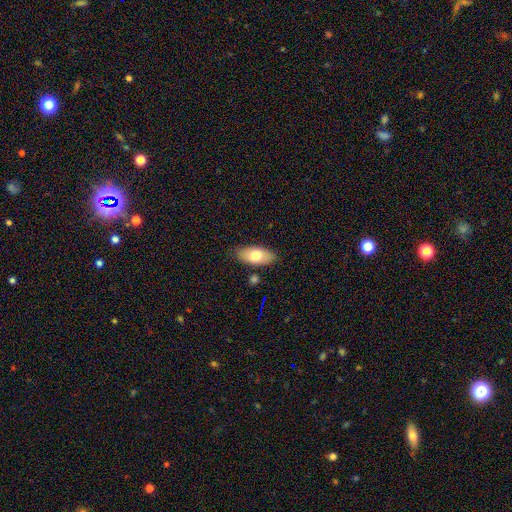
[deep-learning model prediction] Morphology: type=smooth (73%); roundness=in between (89%); merging=none (83%).